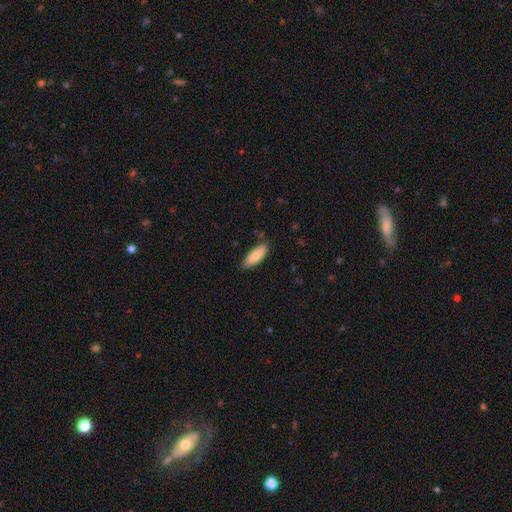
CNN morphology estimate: smooth-or-featured: smooth: 80% | featured or disk: 14% | star or artifact: 6%
  how-rounded: in between: 69% | cigar-shaped: 29% | round: 2%
  merging: none: 83% | minor disturbance: 13% | major disturbance: 2% | merger: 1%